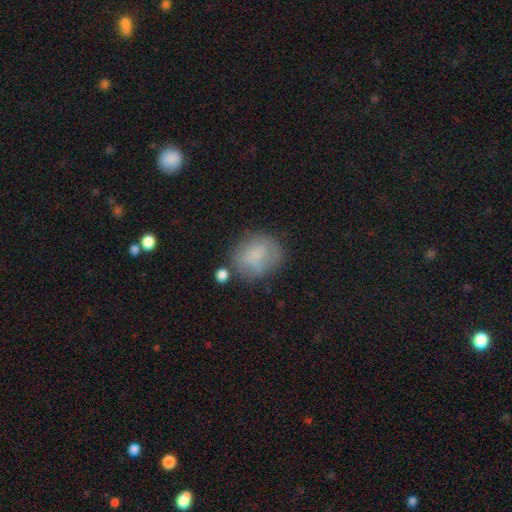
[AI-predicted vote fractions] smooth 72%, featured or disk 19%, star or artifact 9%. Down the decision tree: how rounded — round (64%); merging — none (60%).